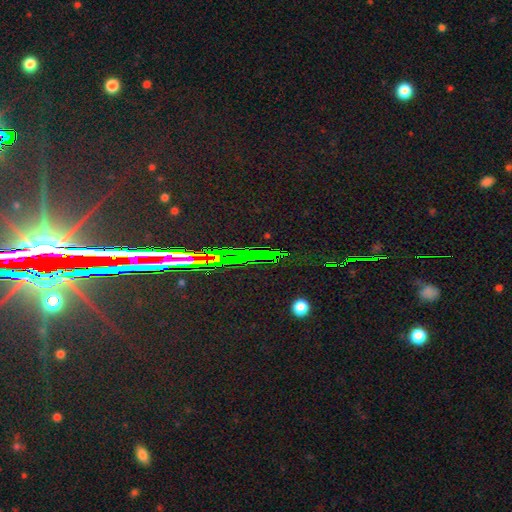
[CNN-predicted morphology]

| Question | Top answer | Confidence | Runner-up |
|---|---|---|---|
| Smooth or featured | star or artifact | 77% | smooth (13%) |